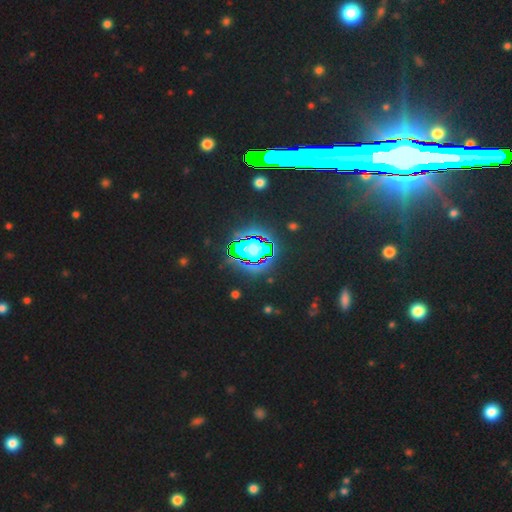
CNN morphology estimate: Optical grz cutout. It shows a star or artifact, not a galaxy (80%).